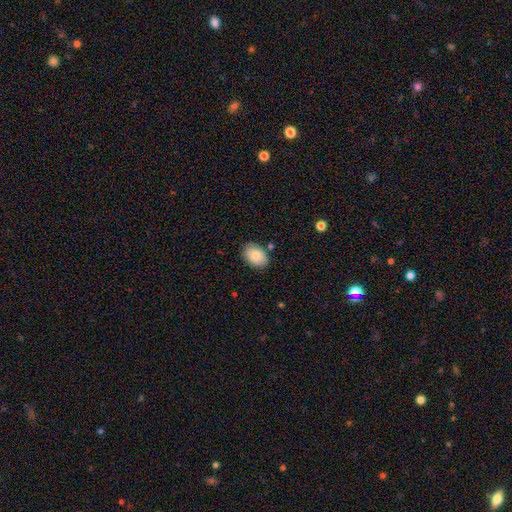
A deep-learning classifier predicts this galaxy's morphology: Smooth or featured? Predicted: smooth (p=0.86). How rounded? Predicted: in between (p=0.80). Merging? Predicted: none (p=0.83).